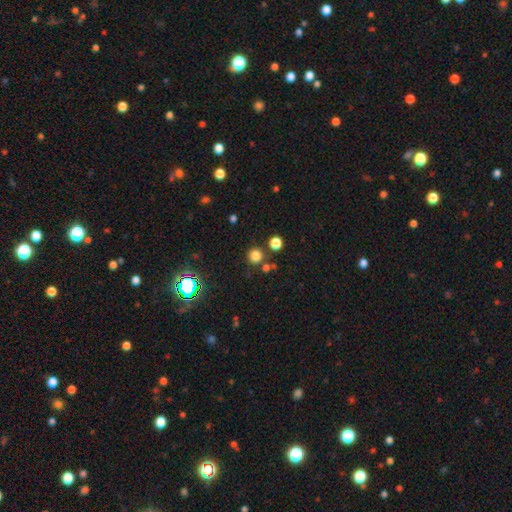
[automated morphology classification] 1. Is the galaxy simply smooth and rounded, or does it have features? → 77% smooth, 18% star or artifact, 5% featured or disk.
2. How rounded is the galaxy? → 92% round, 7% in between, 1% cigar-shaped.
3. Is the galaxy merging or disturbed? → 80% none, 10% merger, 7% minor disturbance, 3% major disturbance.